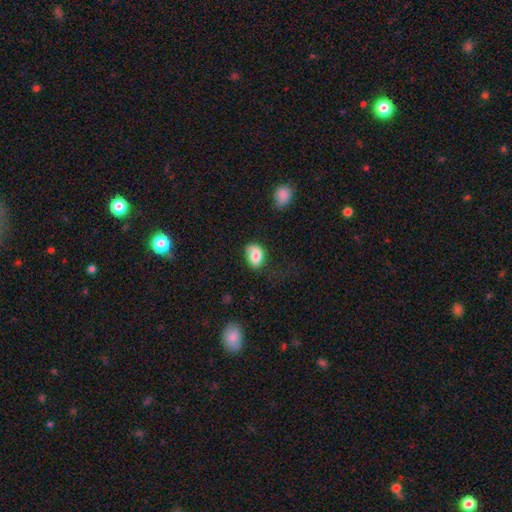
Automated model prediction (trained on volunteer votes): Smooth or featured? smooth (78%)
How rounded? in between (77%)
Merging? none (46%)